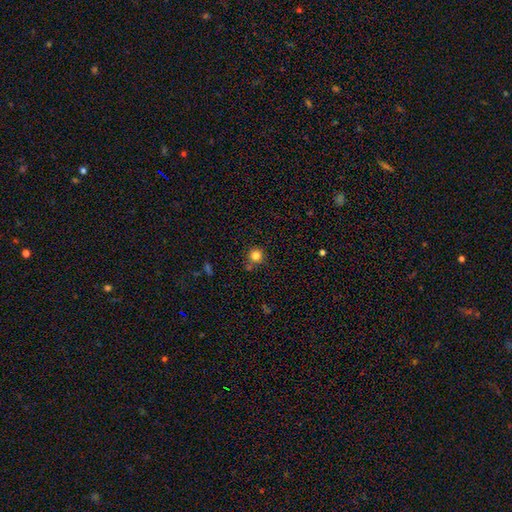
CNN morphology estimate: smooth-or-featured: smooth: 82% | star or artifact: 13% | featured or disk: 5%
  how-rounded: round: 94% | in between: 5% | cigar-shaped: 1%
  merging: none: 79% | minor disturbance: 10% | merger: 9% | major disturbance: 3%